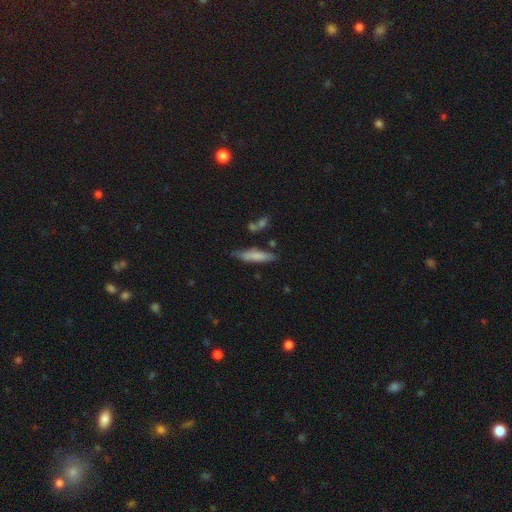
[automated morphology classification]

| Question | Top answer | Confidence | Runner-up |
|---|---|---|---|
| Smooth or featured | smooth | 74% | featured or disk (20%) |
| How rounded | cigar-shaped | 77% | in between (21%) |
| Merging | none | 72% | minor disturbance (19%) |